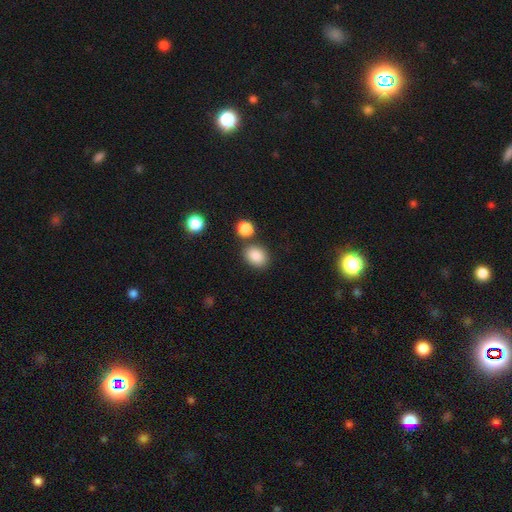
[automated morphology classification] Smooth or featured?
  - smooth: 87% *
  - star or artifact: 9%
  - featured or disk: 4%
How rounded?
  - in between: 63% *
  - round: 36%
  - cigar-shaped: 1%
Merging?
  - none: 73% *
  - merger: 12%
  - minor disturbance: 12%
  - major disturbance: 4%